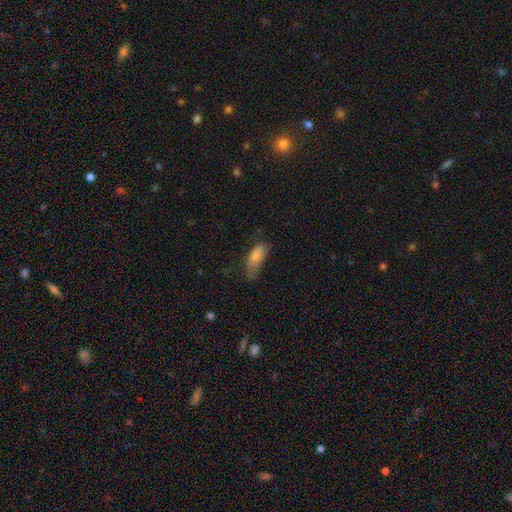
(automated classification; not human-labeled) Q: Smooth or featured?
A: smooth (76%); runner-up: featured or disk (14%)
Q: How rounded?
A: in between (74%); runner-up: cigar-shaped (24%)
Q: Merging?
A: none (45%); runner-up: minor disturbance (34%)